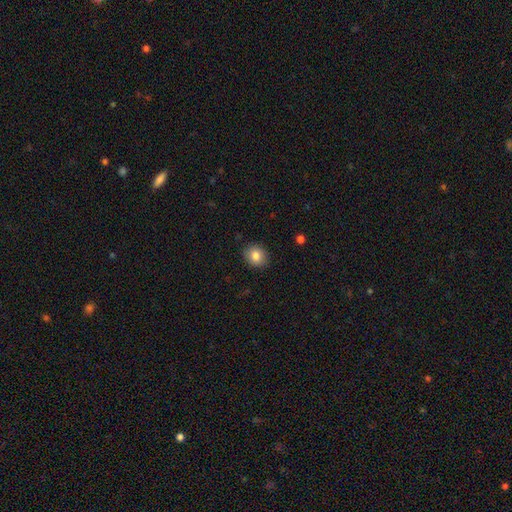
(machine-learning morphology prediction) Smooth or featured? Predicted: smooth (p=0.83). How rounded? Predicted: round (p=0.69). Merging? Predicted: none (p=0.90).